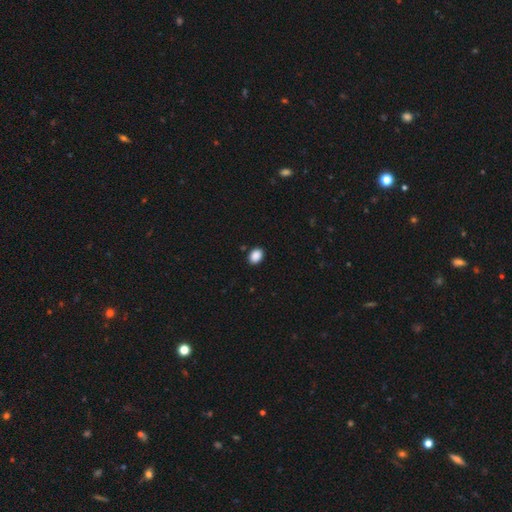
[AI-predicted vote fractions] This is clearly a smooth galaxy (89%). How rounded: likely in between (69%). Merging: clearly none (89%).